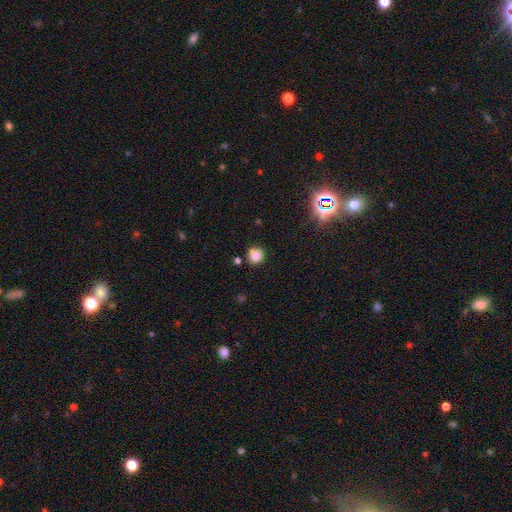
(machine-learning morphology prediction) A smooth galaxy with no disk features (80%) that is round (91%).

Vote fractions:
- Smooth or featured? smooth: 80% / star or artifact: 13% / featured or disk: 7%
- How rounded? round: 91% / in between: 8% / cigar-shaped: 1%
- Merging? none: 81% / minor disturbance: 11% / merger: 6% / major disturbance: 3%